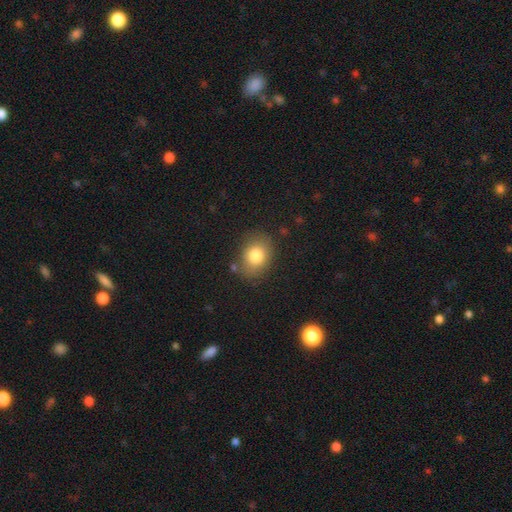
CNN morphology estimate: Q: Smooth or featured?
A: smooth (80%); runner-up: featured or disk (10%)
Q: How rounded?
A: in between (57%); runner-up: round (42%)
Q: Merging?
A: none (78%); runner-up: minor disturbance (15%)